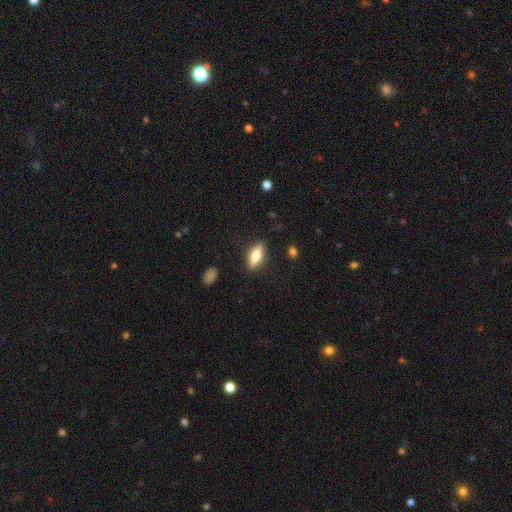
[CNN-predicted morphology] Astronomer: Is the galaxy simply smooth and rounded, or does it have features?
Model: smooth — 63%.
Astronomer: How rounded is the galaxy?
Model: in between — 56% (runner-up: cigar-shaped, 41%).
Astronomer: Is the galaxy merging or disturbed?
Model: none — 85%.